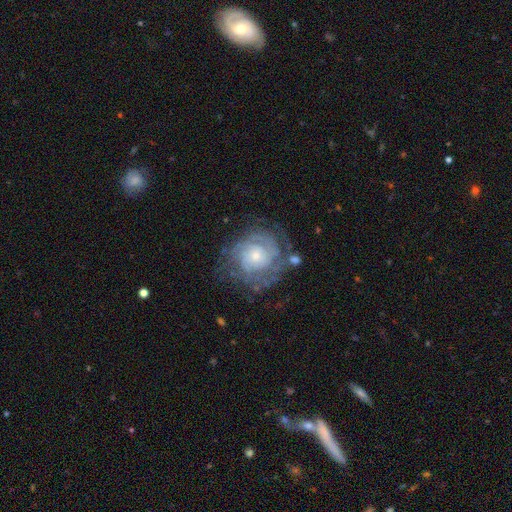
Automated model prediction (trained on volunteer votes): Q: Smooth or featured?
A: featured or disk (80%); runner-up: smooth (13%)
Q: Edge-on disk?
A: no (97%); runner-up: yes (3%)
Q: Bar?
A: no (78%); runner-up: weak (19%)
Q: Spiral arms?
A: yes (91%); runner-up: no (9%)
Q: Spiral winding?
A: tight (71%); runner-up: medium (23%)
Q: Spiral arm count?
A: can't tell (42%); runner-up: 2 (20%)
Q: Bulge size?
A: small (63%); runner-up: moderate (31%)
Q: Merging?
A: none (68%); runner-up: minor disturbance (18%)